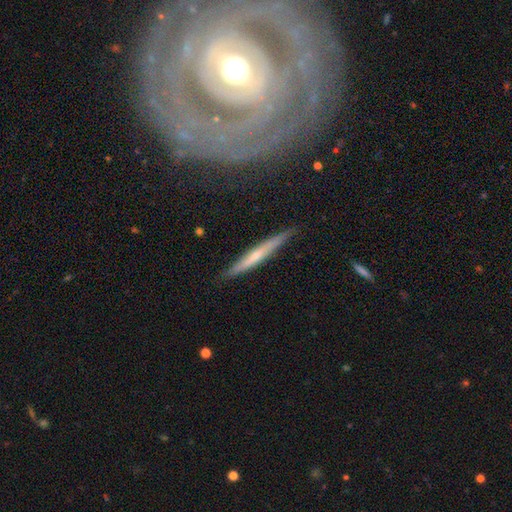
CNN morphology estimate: Smooth or featured? Predicted: featured or disk (p=0.55). Edge-on disk? Predicted: yes (p=0.94). Edge-on bulge? Predicted: none (p=0.52). Merging? Predicted: none (p=0.86).